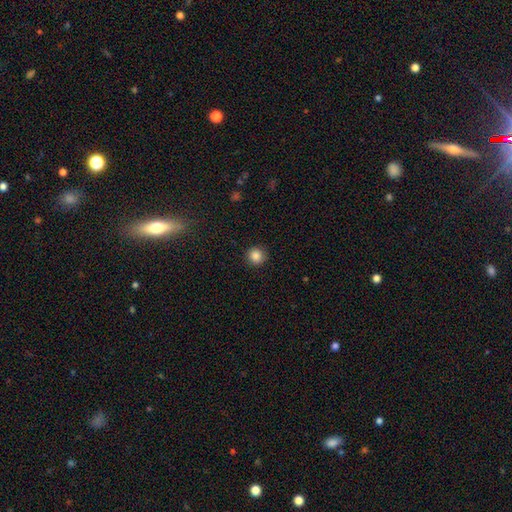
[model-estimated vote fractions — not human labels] Smooth or featured? Predicted: smooth (p=0.85). How rounded? Predicted: round (p=0.94). Merging? Predicted: none (p=0.92).